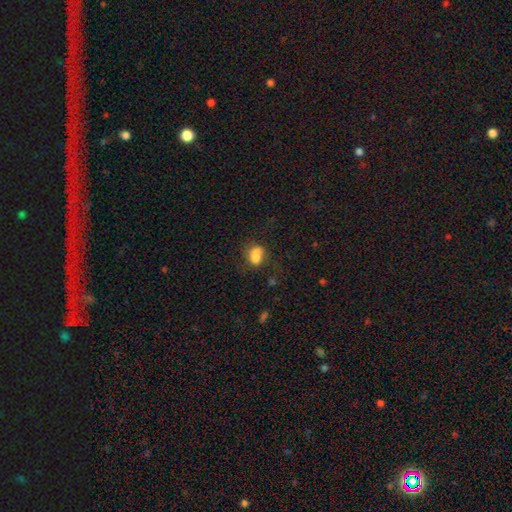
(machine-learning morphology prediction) A smooth galaxy with no disk features (74%) that is in between round and cigar-shaped (64%).

Vote fractions:
- Smooth or featured? smooth: 74% / featured or disk: 14% / star or artifact: 12%
- How rounded? in between: 64% / round: 33% / cigar-shaped: 3%
- Merging? none: 36% (tied) / merger: 36% (tied) / minor disturbance: 18% / major disturbance: 10%